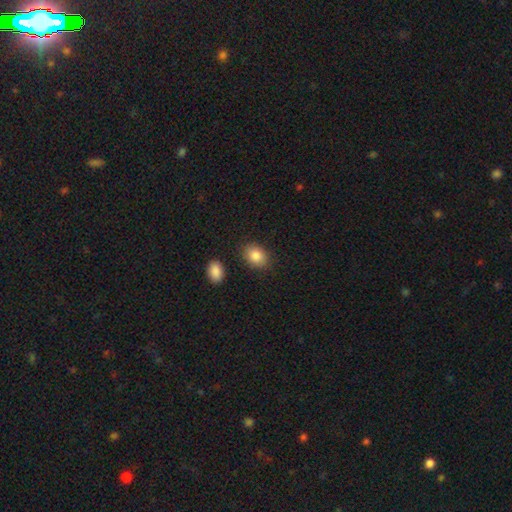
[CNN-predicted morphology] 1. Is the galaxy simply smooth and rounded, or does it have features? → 87% smooth, 8% star or artifact, 6% featured or disk.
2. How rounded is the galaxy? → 68% in between, 31% round, 1% cigar-shaped.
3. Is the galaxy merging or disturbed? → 83% none, 11% minor disturbance, 3% merger, 3% major disturbance.